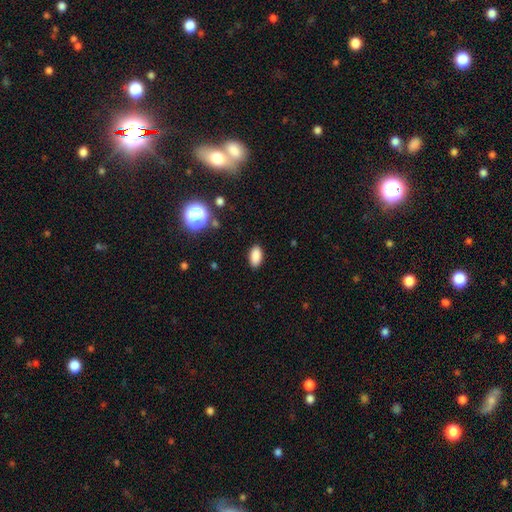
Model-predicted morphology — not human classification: Smooth or featured? smooth (86%)
How rounded? in between (92%)
Merging? none (88%)